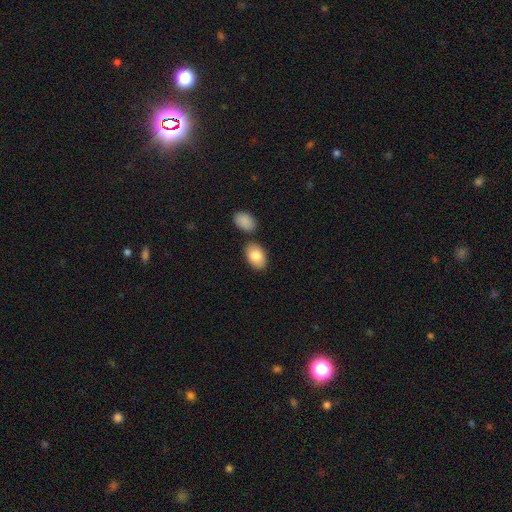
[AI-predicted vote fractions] Q: Smooth or featured?
A: smooth (84%); runner-up: featured or disk (10%)
Q: How rounded?
A: in between (91%); runner-up: round (8%)
Q: Merging?
A: none (75%); runner-up: minor disturbance (12%)